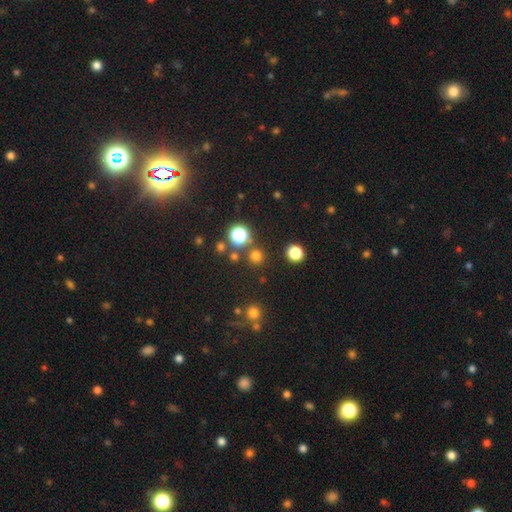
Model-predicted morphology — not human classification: The model was most divided on "smooth or featured": smooth: 71%, star or artifact: 24%, featured or disk: 6%. More confident: how rounded — round (94%); merging — none (82%).